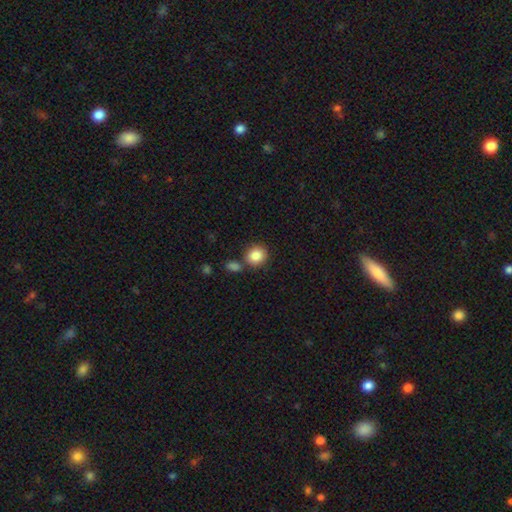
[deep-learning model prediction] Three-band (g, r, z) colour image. It shows a smooth galaxy with no disk features (86%) that is round (79%). Merging: none (71%).